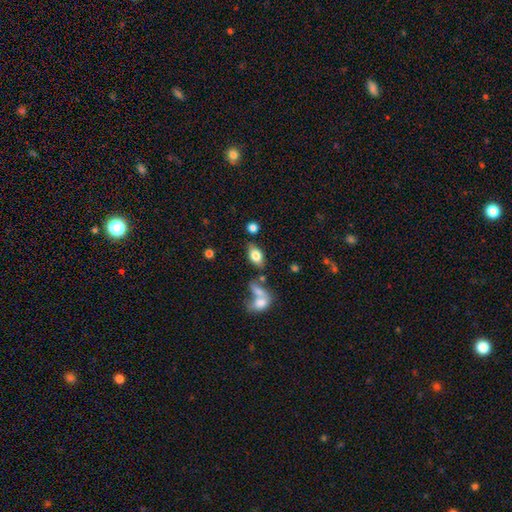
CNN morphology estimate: Smooth or featured?
  - smooth: 75% *
  - featured or disk: 17%
  - star or artifact: 8%
How rounded?
  - in between: 88% *
  - round: 8%
  - cigar-shaped: 4%
Merging?
  - none: 70% *
  - minor disturbance: 13%
  - merger: 12%
  - major disturbance: 5%